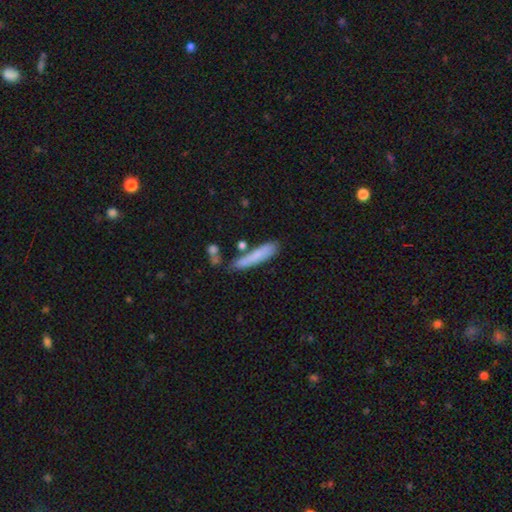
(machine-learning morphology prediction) type=smooth (76%); roundness=cigar-shaped (86%); merging=none (67%).